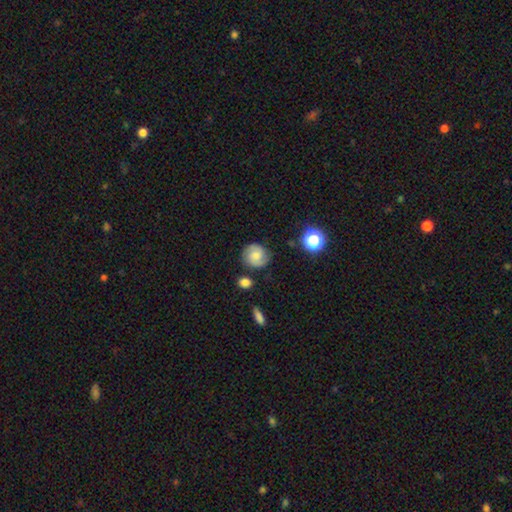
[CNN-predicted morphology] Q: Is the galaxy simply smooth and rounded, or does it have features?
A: featured or disk — 57%.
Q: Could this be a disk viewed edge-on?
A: no — 97%.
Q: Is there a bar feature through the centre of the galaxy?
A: no — 62%.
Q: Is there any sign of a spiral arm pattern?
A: yes — 93%.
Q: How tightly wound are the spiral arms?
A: tight — 46%.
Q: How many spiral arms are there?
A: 2 — 83%.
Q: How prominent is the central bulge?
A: moderate — 46%.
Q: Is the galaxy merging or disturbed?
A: none — 79%.